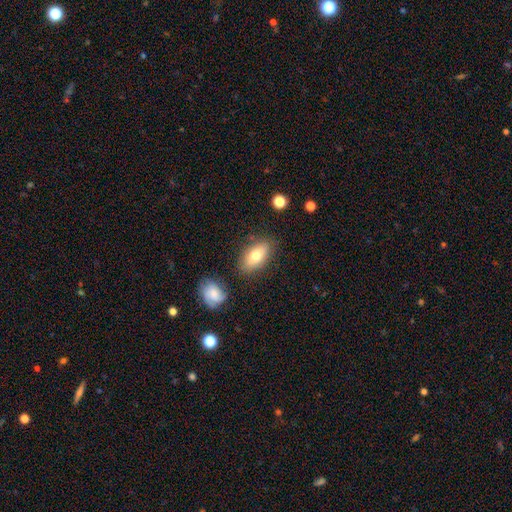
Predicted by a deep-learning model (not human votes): Smooth or featured? smooth (75%)
How rounded? in between (89%)
Merging? none (79%)